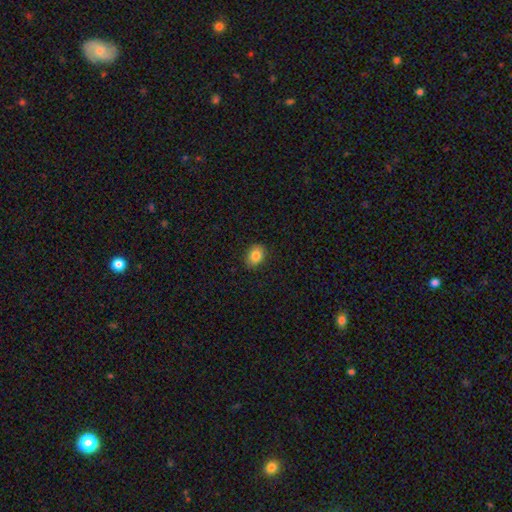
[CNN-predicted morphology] Overall: smooth (83%). How rounded: in between (63%; round 36%). Merging: none (85%).